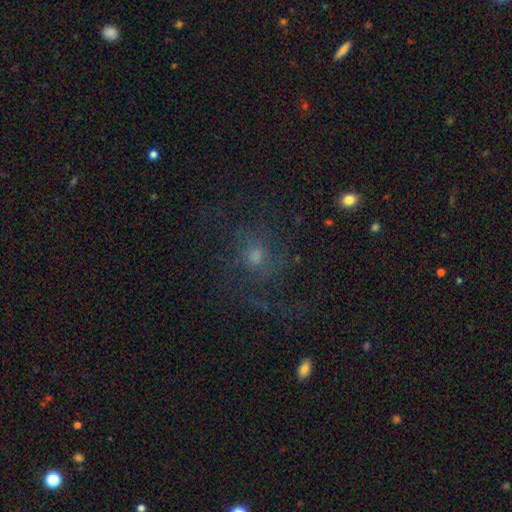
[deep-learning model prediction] Smooth or featured? Predicted: featured or disk (p=0.46). Merging? Predicted: none (p=0.57).